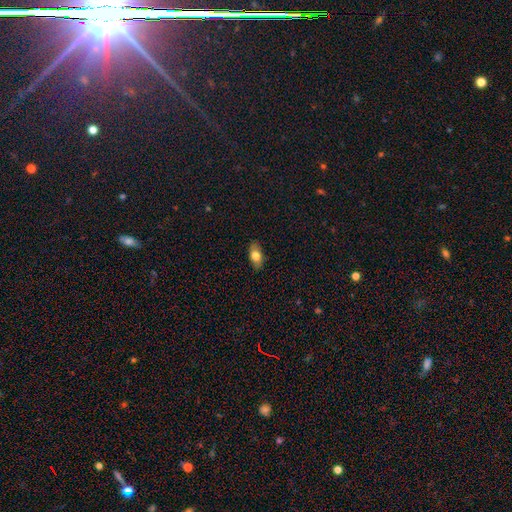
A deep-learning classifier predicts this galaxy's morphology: The model was most divided on "smooth or featured": smooth: 77%, featured or disk: 16%, star or artifact: 7%. More confident: how rounded — in between (87%); merging — none (86%).